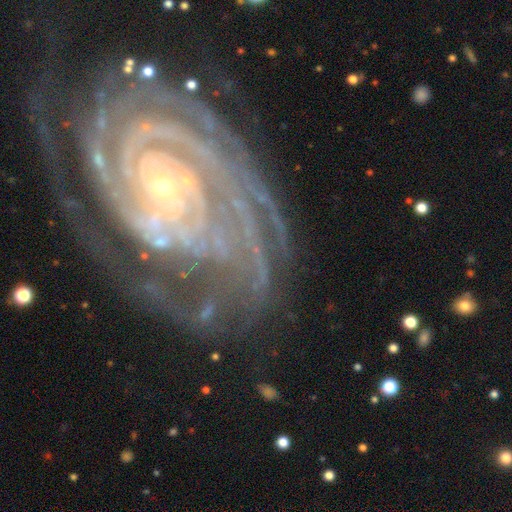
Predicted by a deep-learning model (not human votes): Overall: featured or disk (91%). Edge-on disk: no (97%). Bar: no (69%). Spiral arms: yes (99%). Spiral arm count: 4 (20%, tied with 2). Spiral winding: tight (82%). Bulge size: small (87%). Merging: none (66%).